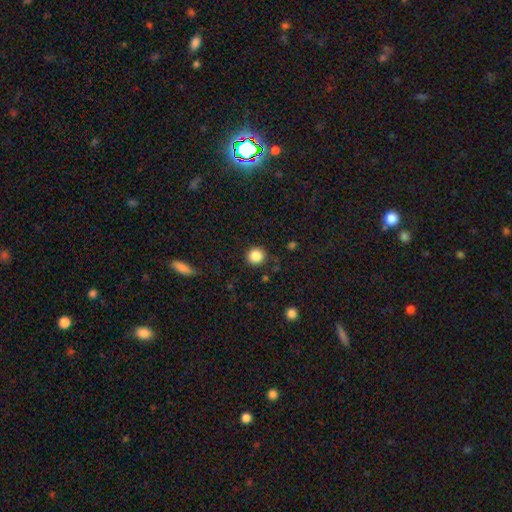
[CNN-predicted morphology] The model was most divided on "smooth or featured": smooth: 86%, star or artifact: 10%, featured or disk: 4%. More confident: how rounded — round (93%); merging — none (88%).